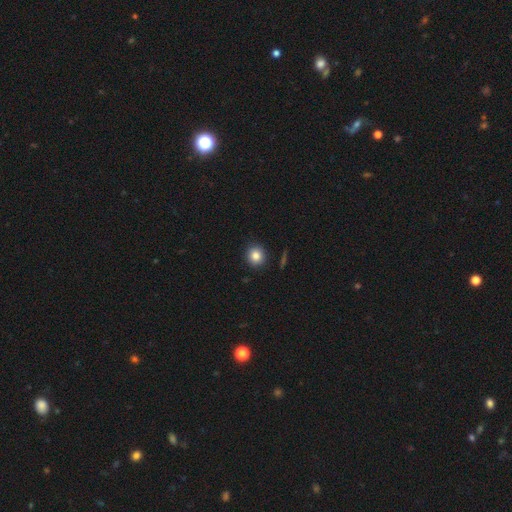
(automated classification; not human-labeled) Smooth or featured? smooth (84%)
How rounded? round (83%)
Merging? none (89%)